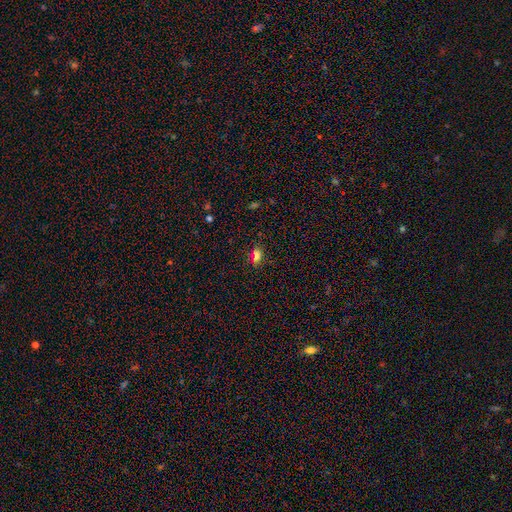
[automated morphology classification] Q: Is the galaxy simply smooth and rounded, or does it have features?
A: smooth — 72%.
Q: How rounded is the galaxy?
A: in between — 72%.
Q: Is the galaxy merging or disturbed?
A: none — 86%.